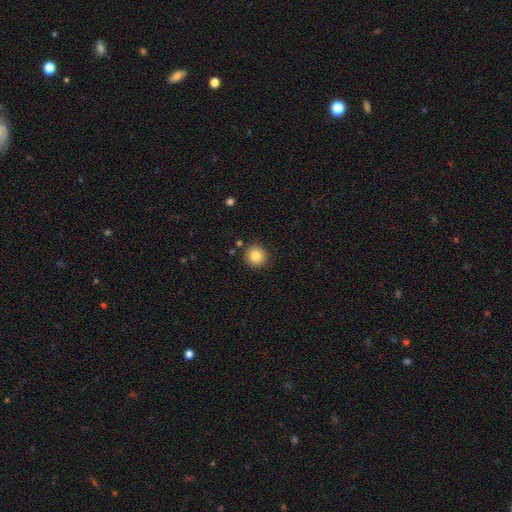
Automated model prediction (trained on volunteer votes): Morphology: type=smooth (84%); roundness=round (94%); merging=none (89%).